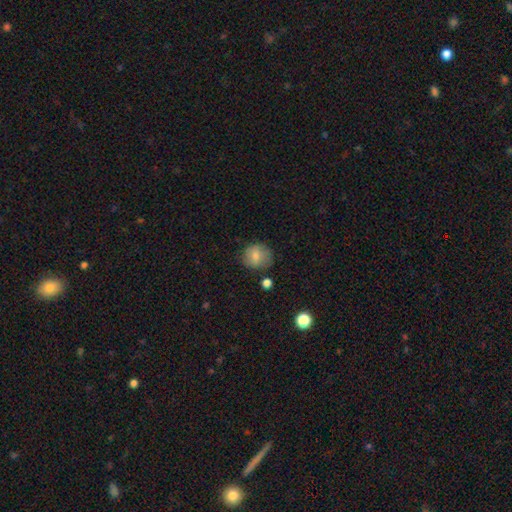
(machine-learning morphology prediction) Smooth or featured: smooth — 78% (featured or disk — 13%)
How rounded: round — 78% (in between — 21%)
Merging: none — 71% (minor disturbance — 20%)